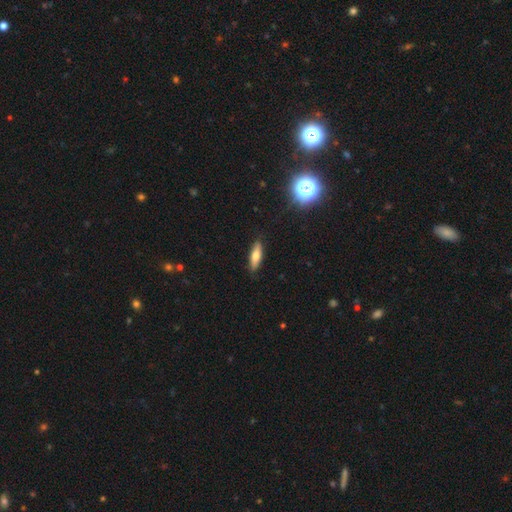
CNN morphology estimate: type=smooth (67%); roundness=cigar-shaped (56%); merging=none (87%).